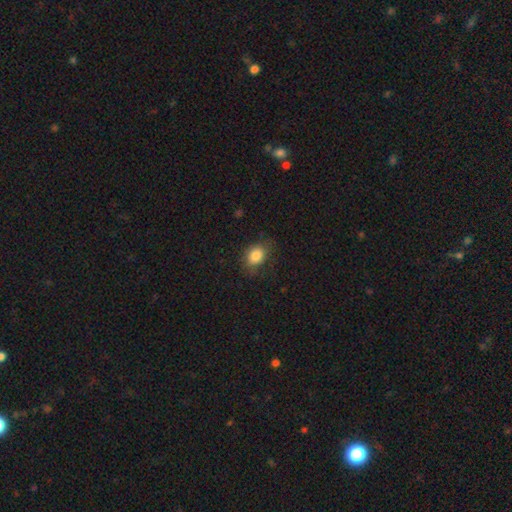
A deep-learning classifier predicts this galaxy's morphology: The model was most divided on "how rounded": in between: 59%, round: 40%, cigar-shaped: 1%. More confident: smooth or featured — smooth (84%); merging — none (75%).